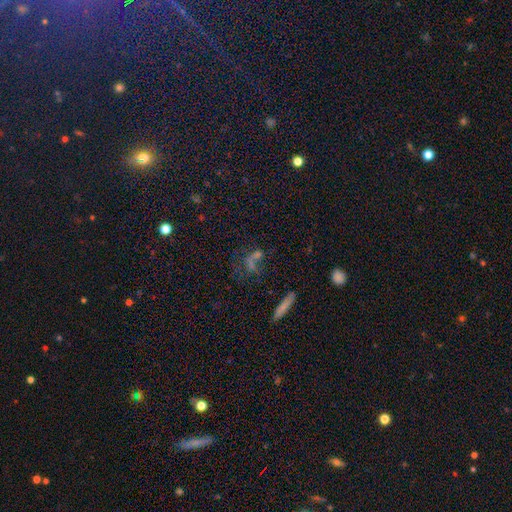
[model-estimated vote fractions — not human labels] Smooth or featured?
  - star or artifact: 37% * (tied)
  - smooth: 37% * (tied)
  - featured or disk: 26%